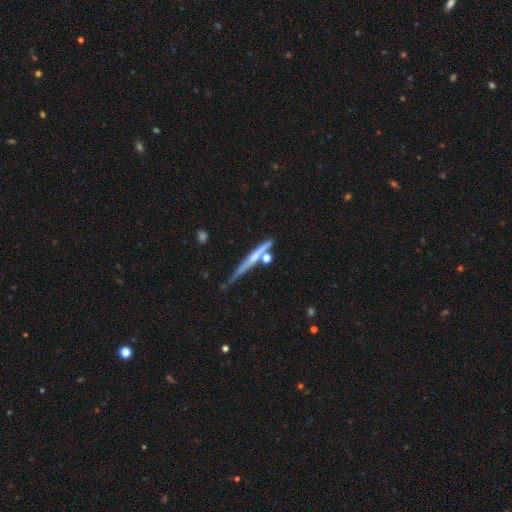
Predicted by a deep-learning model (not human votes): featured or disk 55%, smooth 37%, star or artifact 8%. Down the decision tree: edge-on disk — yes (93%); edge-on bulge — none (55%); merging — none (65%).